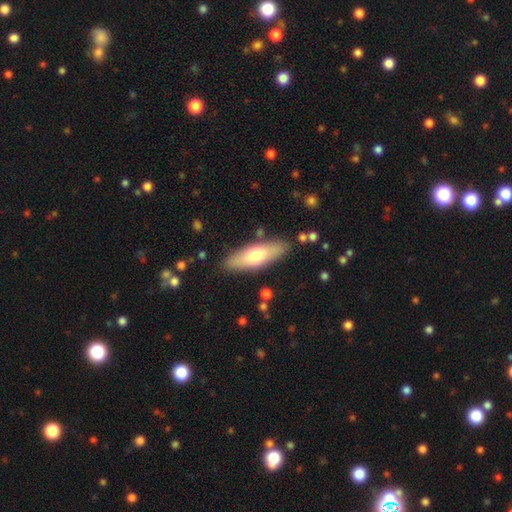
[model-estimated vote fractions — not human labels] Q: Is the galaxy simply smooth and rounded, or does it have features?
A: smooth — 63%.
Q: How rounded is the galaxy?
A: in between — 53%.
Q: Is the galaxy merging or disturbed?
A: none — 85%.